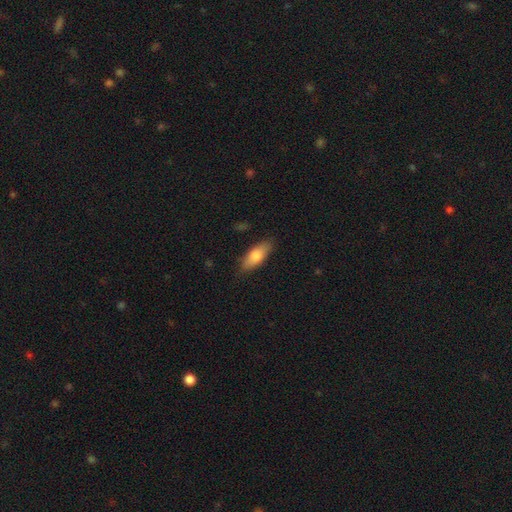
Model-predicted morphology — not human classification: smooth 78%, featured or disk 16%, star or artifact 6%. Down the decision tree: how rounded — in between (73%); merging — none (84%).